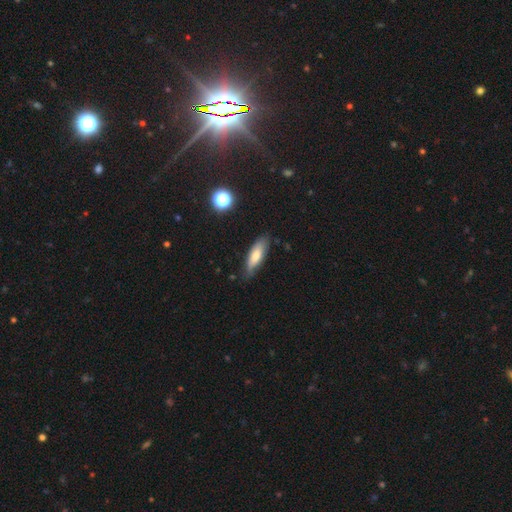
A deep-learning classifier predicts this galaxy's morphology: This appears to be a smooth galaxy with no disk features (70%) that is in between round and cigar-shaped (51%). Merging: none (75%).